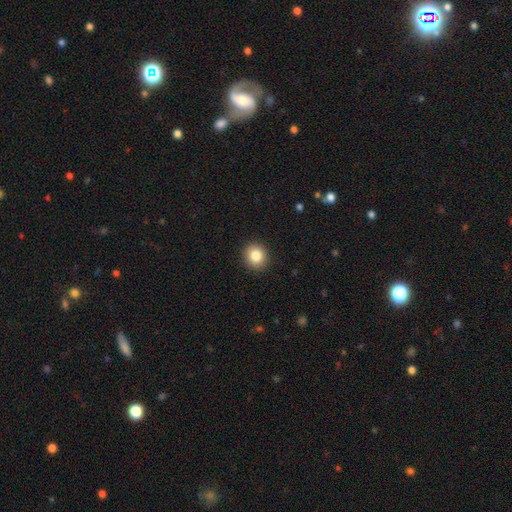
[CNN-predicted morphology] A smooth galaxy with no disk features (84%) that is round (85%).

Vote fractions:
- Smooth or featured? smooth: 84% / star or artifact: 10% / featured or disk: 6%
- How rounded? round: 85% / in between: 14% / cigar-shaped: 1%
- Merging? none: 92% / minor disturbance: 6% / major disturbance: 2% / merger: 1%